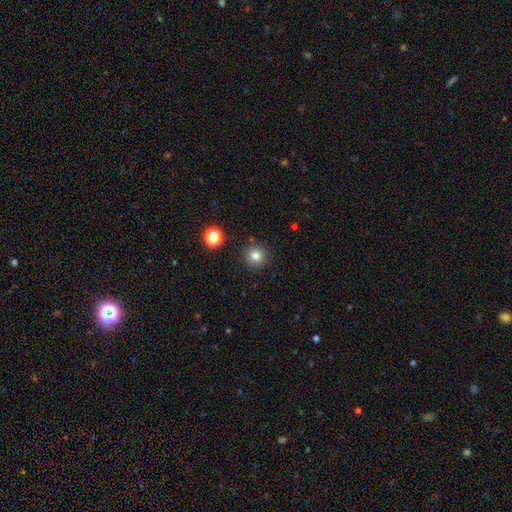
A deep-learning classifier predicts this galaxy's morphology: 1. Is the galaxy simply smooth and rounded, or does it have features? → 81% smooth, 13% star or artifact, 6% featured or disk.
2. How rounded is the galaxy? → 94% round, 5% in between, 1% cigar-shaped.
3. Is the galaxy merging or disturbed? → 87% none, 7% minor disturbance, 3% merger, 2% major disturbance.